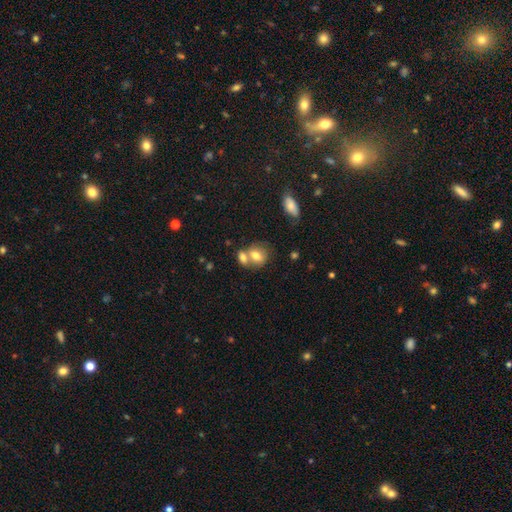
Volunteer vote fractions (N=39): A smooth galaxy with no disk features (67%) that is in between round and cigar-shaped (77%). Merging: merger (73%).